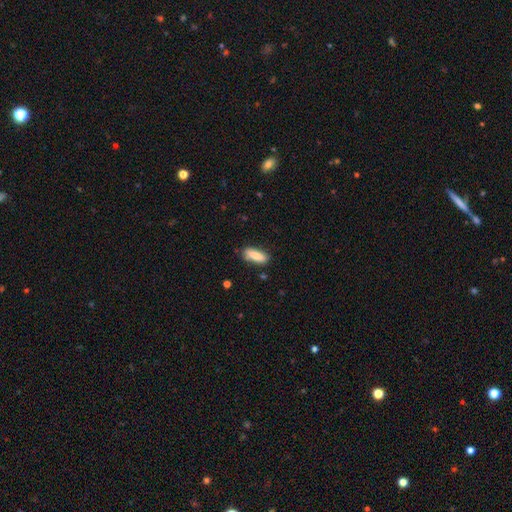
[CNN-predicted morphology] A smooth galaxy with no disk features (85%) that is in between round and cigar-shaped (62%).

Vote fractions:
- Smooth or featured? smooth: 85% / featured or disk: 8% / star or artifact: 7%
- How rounded? in between: 62% / cigar-shaped: 36% / round: 2%
- Merging? none: 77% / minor disturbance: 17% / major disturbance: 3% / merger: 2%